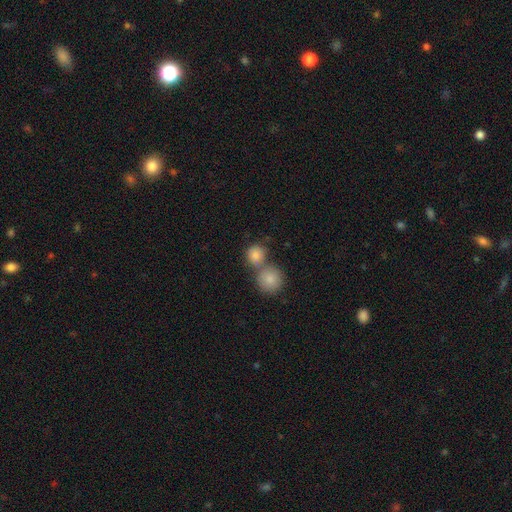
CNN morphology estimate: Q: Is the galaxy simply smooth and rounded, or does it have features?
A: smooth — 80%.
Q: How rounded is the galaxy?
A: round — 87%.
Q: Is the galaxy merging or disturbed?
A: merger — 47%.